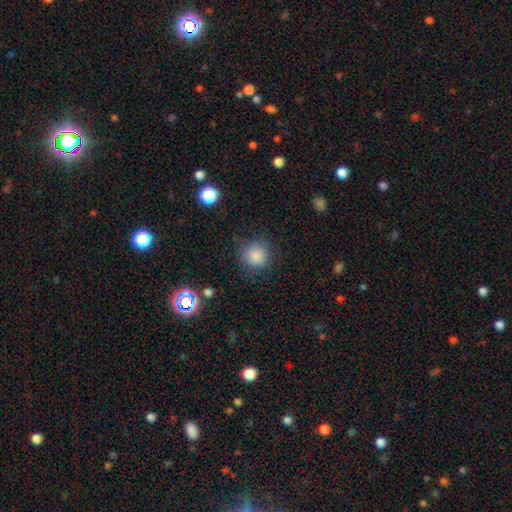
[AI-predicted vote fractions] Smooth or featured?
  - smooth: 84% *
  - star or artifact: 11%
  - featured or disk: 5%
How rounded?
  - round: 91% *
  - in between: 8%
  - cigar-shaped: 1%
Merging?
  - none: 81% *
  - minor disturbance: 13%
  - major disturbance: 5%
  - merger: 2%